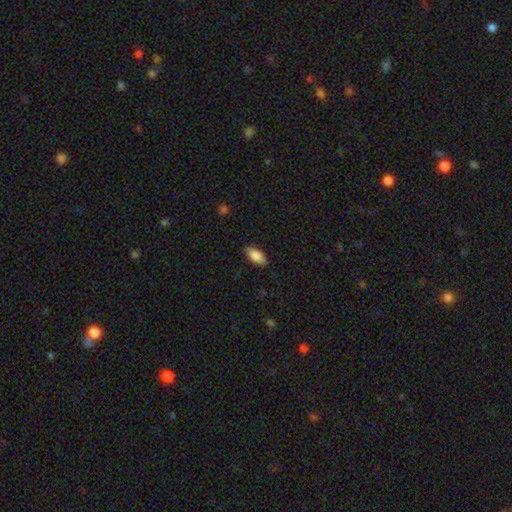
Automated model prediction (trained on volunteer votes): The model was most divided on "how rounded": in between: 87%, cigar-shaped: 11%, round: 2%. More confident: smooth or featured — smooth (87%); merging — none (87%).